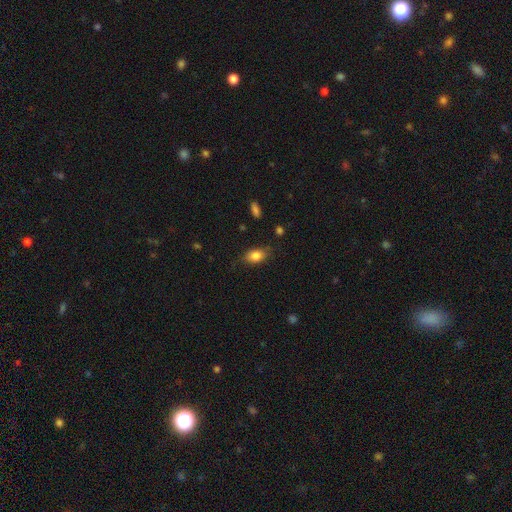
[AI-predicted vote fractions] Smooth or featured?
  - smooth: 83% *
  - featured or disk: 9%
  - star or artifact: 8%
How rounded?
  - in between: 82% *
  - round: 14%
  - cigar-shaped: 4%
Merging?
  - none: 76% *
  - minor disturbance: 18%
  - major disturbance: 4%
  - merger: 1%